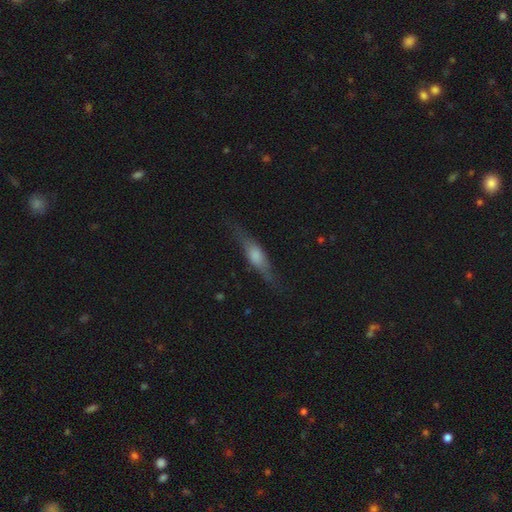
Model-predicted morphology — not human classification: Smooth or featured?
  - featured or disk: 47% *
  - smooth: 45%
  - star or artifact: 8%
Merging?
  - none: 74% *
  - minor disturbance: 18%
  - major disturbance: 7%
  - merger: 1%